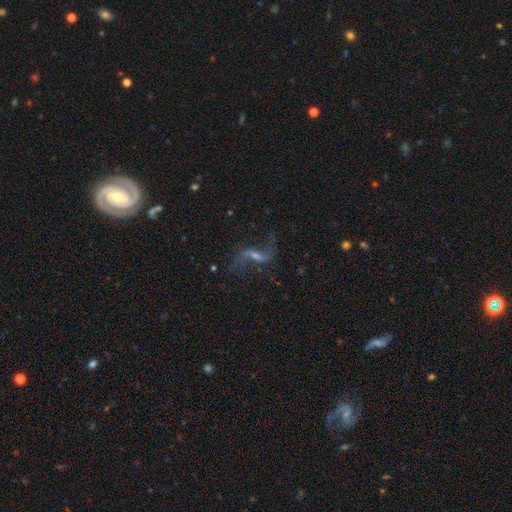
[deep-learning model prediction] smooth-or-featured: featured or disk: 83% | star or artifact: 9% | smooth: 8%
  disk-edge-on: no: 93% | yes: 7%
    bar: weak: 46% | strong: 33% | no: 20%
    has-spiral-arms: yes: 94% | no: 6%
      spiral-winding: loose: 90% | medium: 8% | tight: 2%
      spiral-arm-count: 2: 92% | 1: 3% | can't tell: 2% | 3: 1% | 4: 1% | more than 4: 1%
    bulge-size: small: 50% | moderate: 27% | none: 20% | large: 3% | dominant: 1%
  merging: none: 72% | minor disturbance: 14% | major disturbance: 12% | merger: 3%